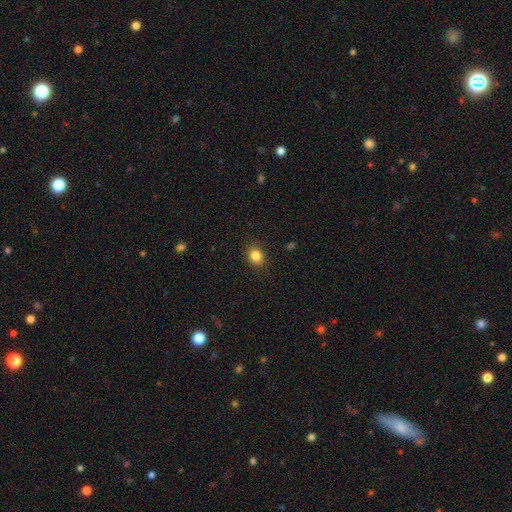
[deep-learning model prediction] A smooth galaxy with no disk features (84%) that is round (61%). Merging: none (88%).